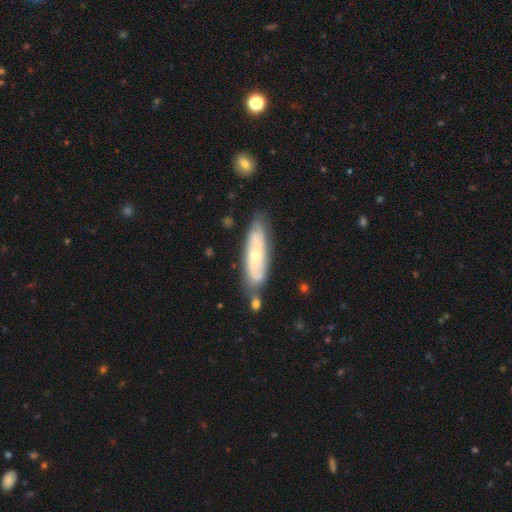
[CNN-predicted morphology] type=featured or disk (56%); edge-on=no (71%); merging=none (71%).